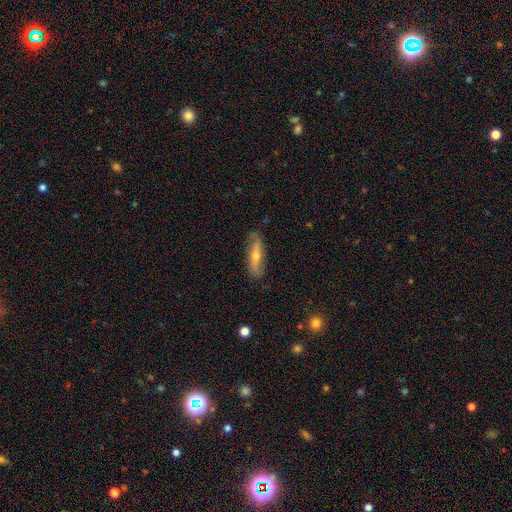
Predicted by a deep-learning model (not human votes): featured or disk 60%, smooth 34%, star or artifact 6%. Down the decision tree: edge-on disk — no (61%); merging — none (77%).